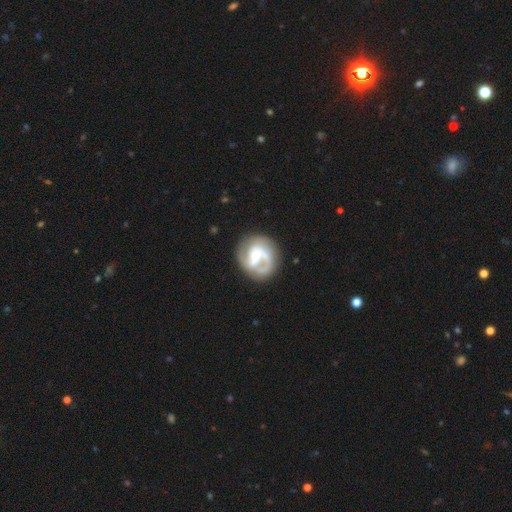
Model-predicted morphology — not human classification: The model was most divided on "bar": weak: 44%, no: 38%, strong: 18%. Remaining: edge-on disk — no (98%); spiral arms — yes (93%); smooth or featured — featured or disk (80%); merging — none (69%); spiral arm count — 2 (54%); bulge size — small (47%); spiral winding — medium (45%).